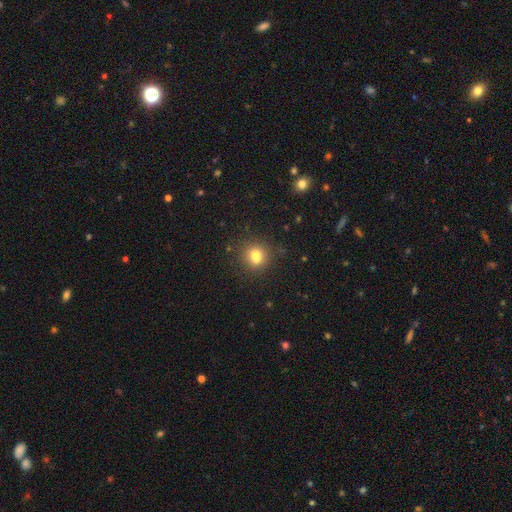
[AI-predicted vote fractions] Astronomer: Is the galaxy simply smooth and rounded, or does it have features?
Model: smooth — 73%.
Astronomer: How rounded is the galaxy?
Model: round — 81%.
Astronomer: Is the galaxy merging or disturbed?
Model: none — 61%.